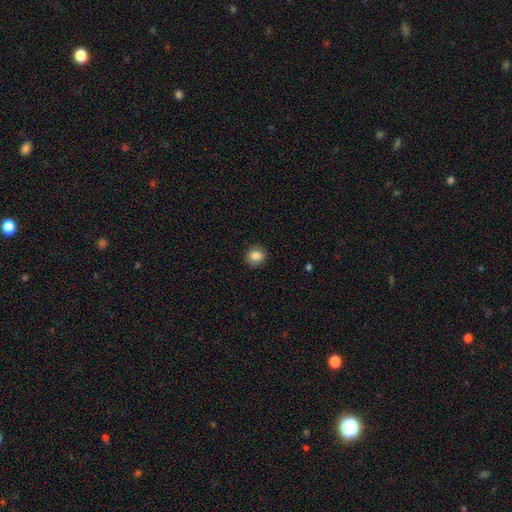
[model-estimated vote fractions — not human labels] This is clearly a smooth galaxy (84%). How rounded: clearly round (83%). Merging: clearly none (90%).